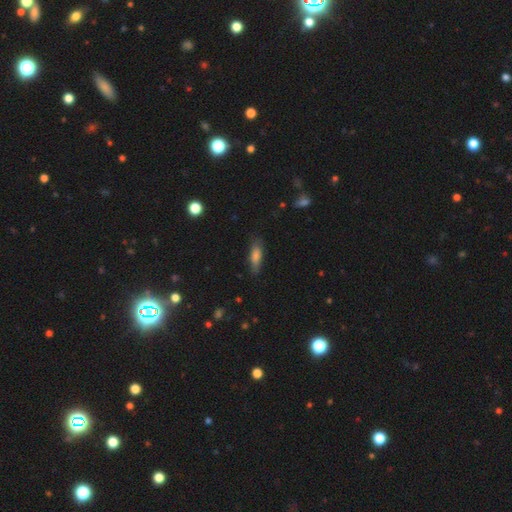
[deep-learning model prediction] Smooth or featured? Predicted: smooth (p=0.71). How rounded? Predicted: cigar-shaped (p=0.51). Merging? Predicted: none (p=0.76).